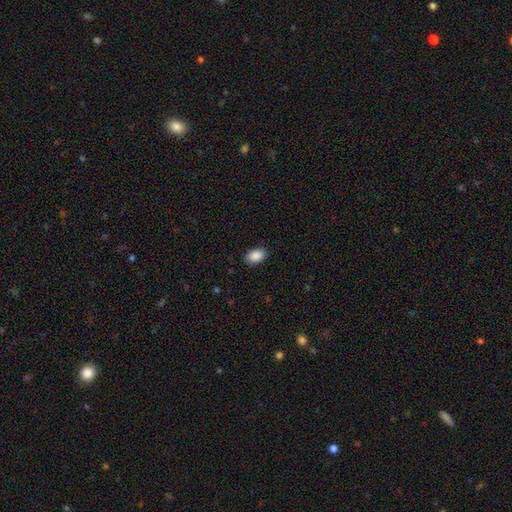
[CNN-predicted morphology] type=smooth (89%); roundness=in between (90%); merging=none (87%).